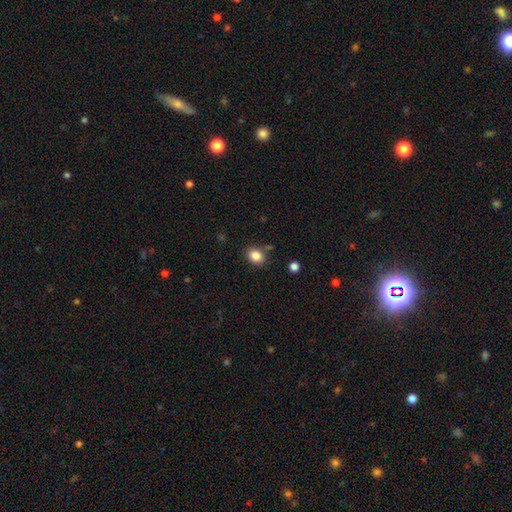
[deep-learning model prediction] Smooth or featured? Predicted: smooth (p=0.85). How rounded? Predicted: round (p=0.51). Merging? Predicted: none (p=0.83).